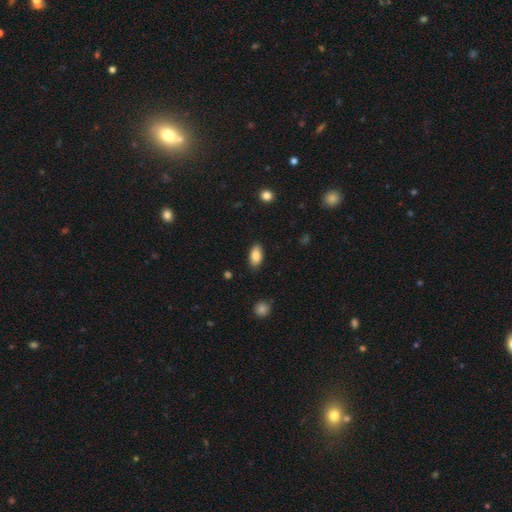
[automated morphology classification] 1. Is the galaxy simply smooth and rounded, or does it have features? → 87% smooth, 7% star or artifact, 6% featured or disk.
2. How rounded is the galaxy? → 92% in between, 5% cigar-shaped, 3% round.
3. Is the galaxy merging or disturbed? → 86% none, 10% minor disturbance, 2% major disturbance, 1% merger.